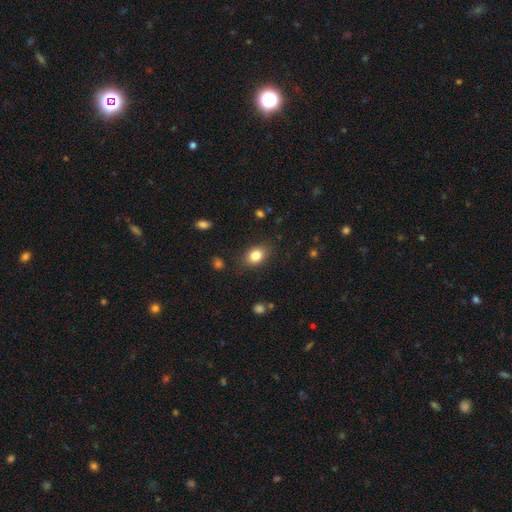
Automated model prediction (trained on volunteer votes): Smooth or featured? Predicted: smooth (p=0.83). How rounded? Predicted: in between (p=0.72). Merging? Predicted: none (p=0.83).